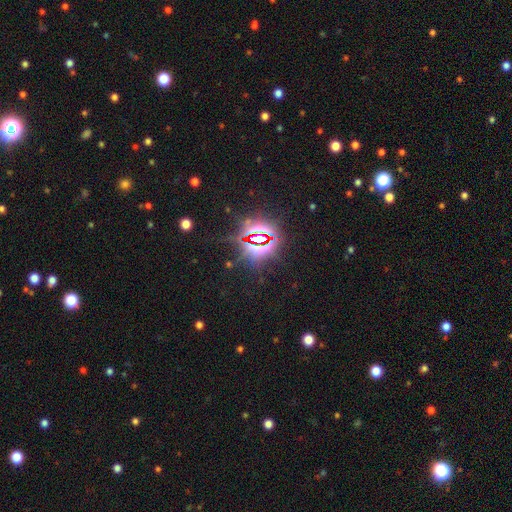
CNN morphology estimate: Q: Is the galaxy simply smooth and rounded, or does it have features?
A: star or artifact — 83%.